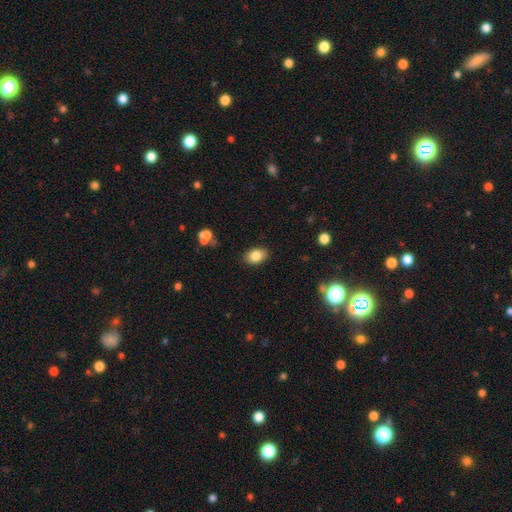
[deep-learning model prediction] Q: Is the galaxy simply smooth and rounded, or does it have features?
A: smooth — 84%.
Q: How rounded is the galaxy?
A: in between — 84%.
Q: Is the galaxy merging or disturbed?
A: none — 86%.